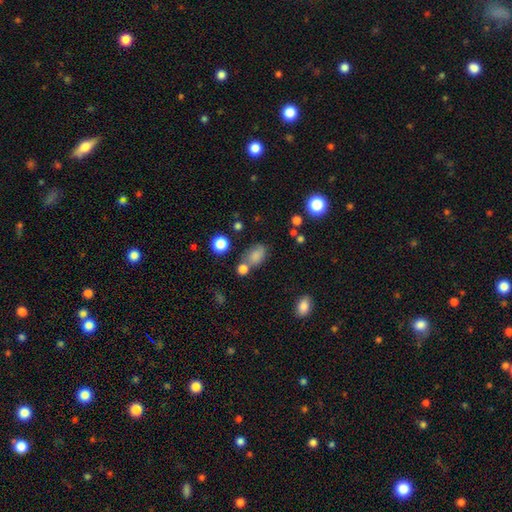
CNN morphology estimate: A smooth galaxy with no disk features (77%) that is in between round and cigar-shaped (78%).

Vote fractions:
- Smooth or featured? smooth: 77% / star or artifact: 13% / featured or disk: 10%
- How rounded? in between: 78% / round: 20% / cigar-shaped: 2%
- Merging? none: 51% / merger: 21% / minor disturbance: 20% / major disturbance: 8%